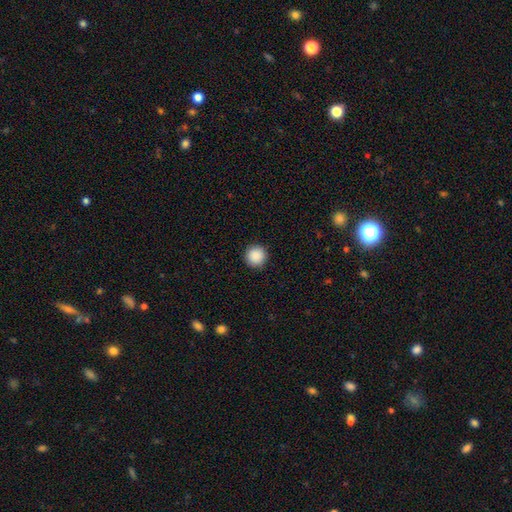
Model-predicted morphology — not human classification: A smooth galaxy with no disk features (89%) that is round (96%). Merging: none (92%).